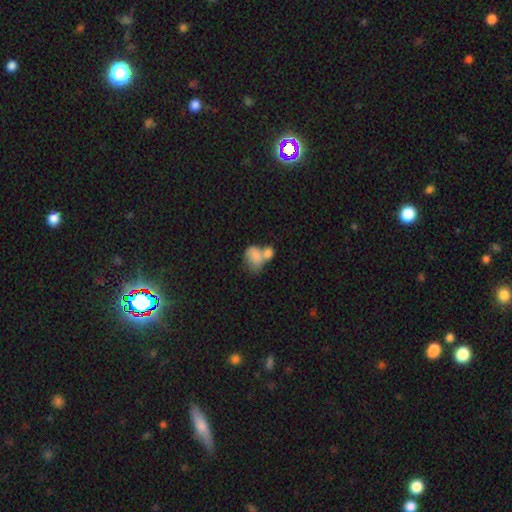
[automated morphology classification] smooth 77%, featured or disk 15%, star or artifact 8%. Down the decision tree: how rounded — in between (77%); merging — merger (67%).